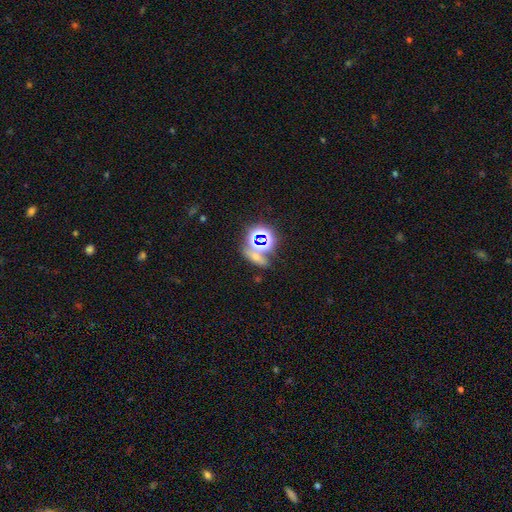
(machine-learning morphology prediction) Smooth or featured?
  - star or artifact: 65% *
  - smooth: 23%
  - featured or disk: 12%